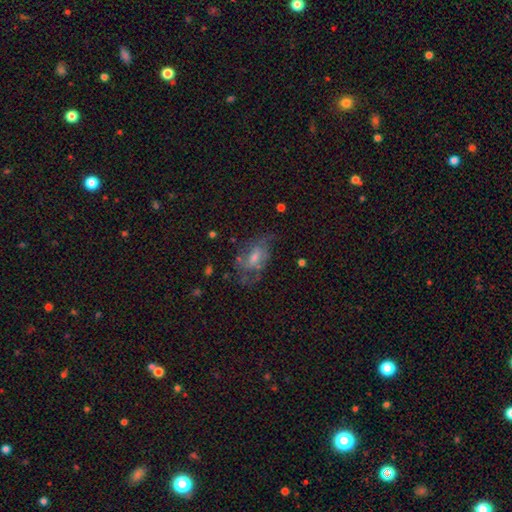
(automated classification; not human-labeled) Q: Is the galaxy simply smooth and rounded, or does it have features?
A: featured or disk — 60%.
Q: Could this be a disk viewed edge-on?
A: no — 94%.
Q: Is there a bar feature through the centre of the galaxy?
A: no — 50%.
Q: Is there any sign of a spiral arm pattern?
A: yes — 70%.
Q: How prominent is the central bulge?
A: moderate — 44%.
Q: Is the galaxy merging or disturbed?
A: none — 53%.